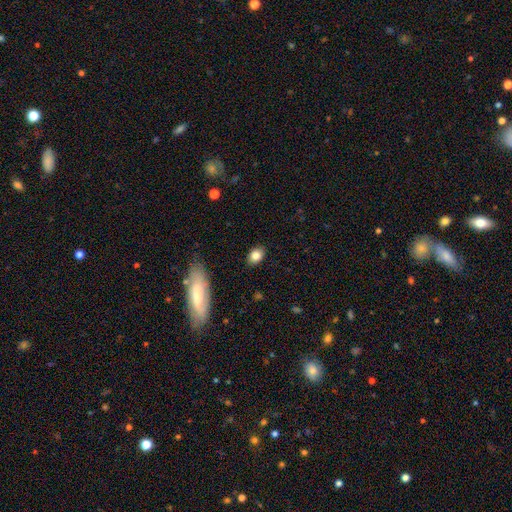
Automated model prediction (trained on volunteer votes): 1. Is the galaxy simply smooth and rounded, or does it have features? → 83% smooth, 9% star or artifact, 8% featured or disk.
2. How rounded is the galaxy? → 71% in between, 27% round, 2% cigar-shaped.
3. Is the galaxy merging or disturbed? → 86% none, 10% minor disturbance, 3% major disturbance, 1% merger.